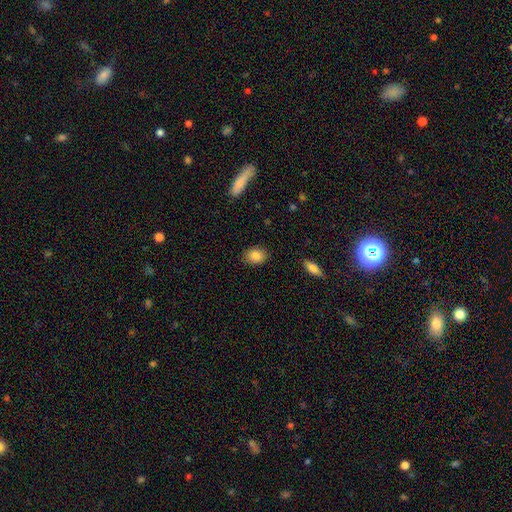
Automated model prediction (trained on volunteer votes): smooth-or-featured: smooth: 86% | star or artifact: 8% | featured or disk: 6%
  how-rounded: in between: 66% | round: 32% | cigar-shaped: 1%
  merging: none: 86% | minor disturbance: 10% | major disturbance: 3% | merger: 1%